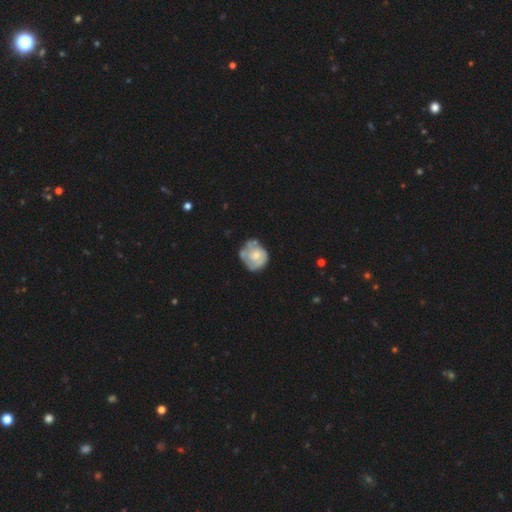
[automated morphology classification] smooth_or_featured: featured or disk (p=0.58) [alt: smooth p=0.36]
disk_edge_on: no (p=0.98) [alt: yes p=0.02]
bar: no (p=0.79) [alt: weak p=0.18]
has_spiral_arms: yes (p=0.61) [alt: no p=0.39]
bulge_size: moderate (p=0.47) [alt: small p=0.39]
merging: none (p=0.47) [alt: minor disturbance p=0.30]